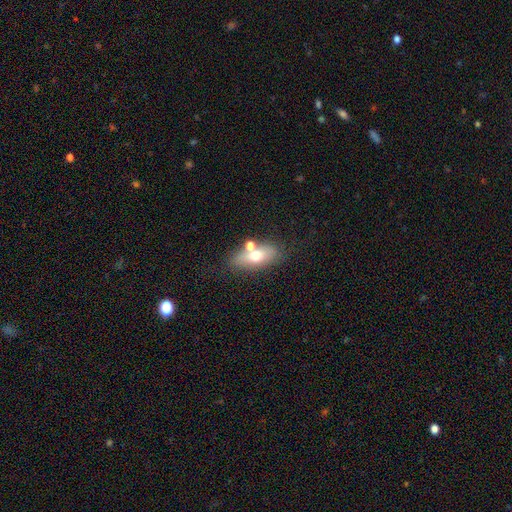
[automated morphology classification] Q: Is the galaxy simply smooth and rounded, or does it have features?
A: smooth — 61%.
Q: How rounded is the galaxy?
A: in between — 74%.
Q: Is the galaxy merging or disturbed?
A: none — 62%.